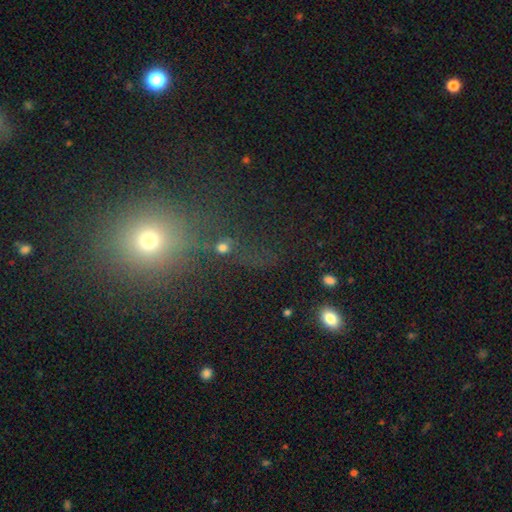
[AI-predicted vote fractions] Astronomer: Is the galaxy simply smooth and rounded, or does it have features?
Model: star or artifact — 47% (runner-up: smooth, 39%).